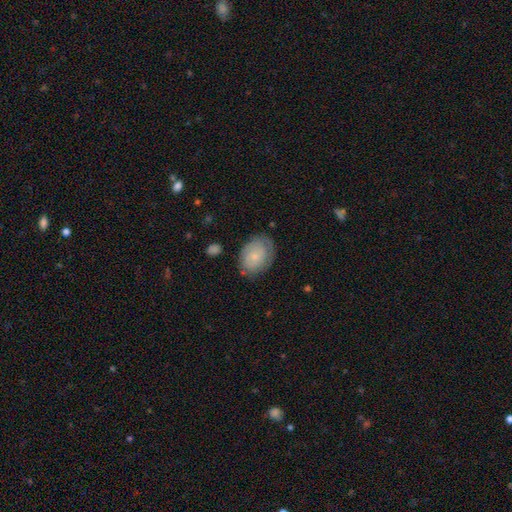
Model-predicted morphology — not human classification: Overall: smooth (57%; featured or disk 36%). How rounded: in between (67%; round 32%). Merging: none (68%).